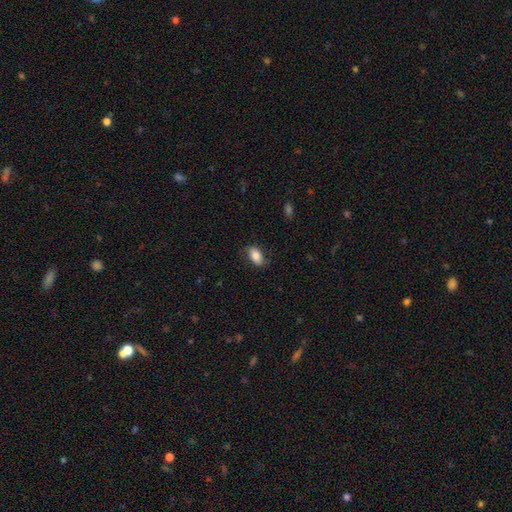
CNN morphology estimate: type=smooth (82%); roundness=in between (92%); merging=none (80%).